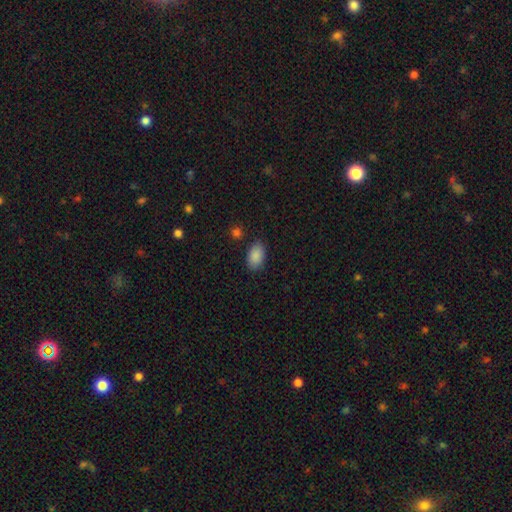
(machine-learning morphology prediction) Overall: smooth (89%). How rounded: in between (92%). Merging: none (84%).